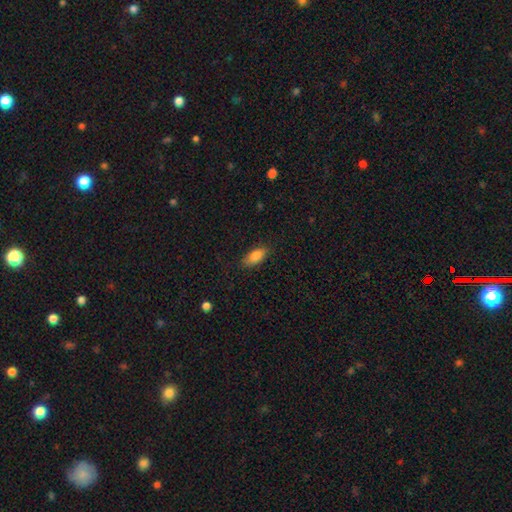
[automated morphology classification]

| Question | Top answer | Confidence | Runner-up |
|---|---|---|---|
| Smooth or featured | smooth | 84% | featured or disk (9%) |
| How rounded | in between | 86% | cigar-shaped (11%) |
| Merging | none | 83% | minor disturbance (13%) |